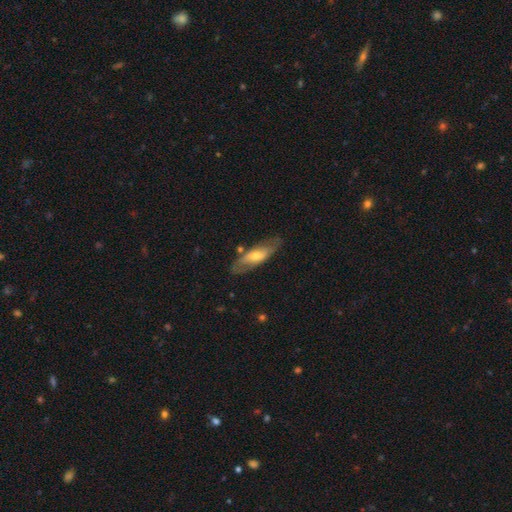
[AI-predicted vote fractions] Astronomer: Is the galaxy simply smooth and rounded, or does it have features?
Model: featured or disk — 52% (runner-up: smooth, 42%).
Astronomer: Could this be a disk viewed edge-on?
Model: no — 65%.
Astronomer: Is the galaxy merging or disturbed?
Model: none — 73%.